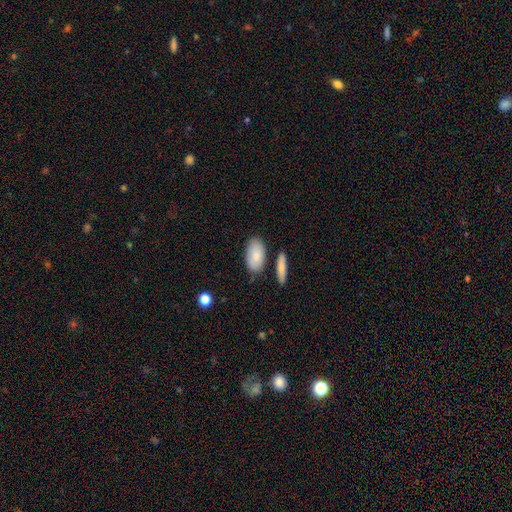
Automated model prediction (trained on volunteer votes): A smooth galaxy with no disk features (86%) that is in between round and cigar-shaped (92%).

Vote fractions:
- Smooth or featured? smooth: 86% / featured or disk: 9% / star or artifact: 5%
- How rounded? in between: 92% / cigar-shaped: 5% / round: 3%
- Merging? none: 77% / minor disturbance: 12% / merger: 7% / major disturbance: 3%